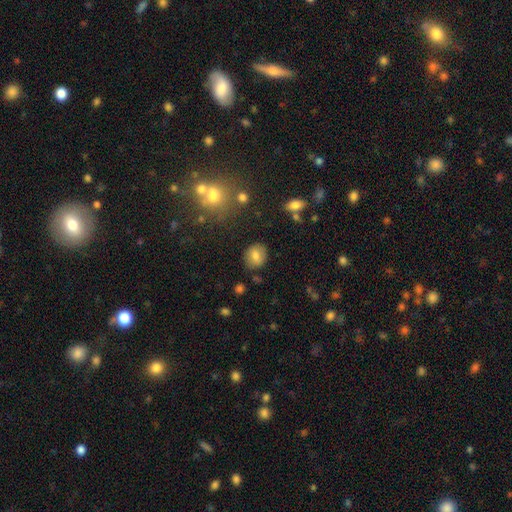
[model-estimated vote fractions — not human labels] A smooth galaxy with no disk features (75%) that is round (66%). Merging: none (85%).